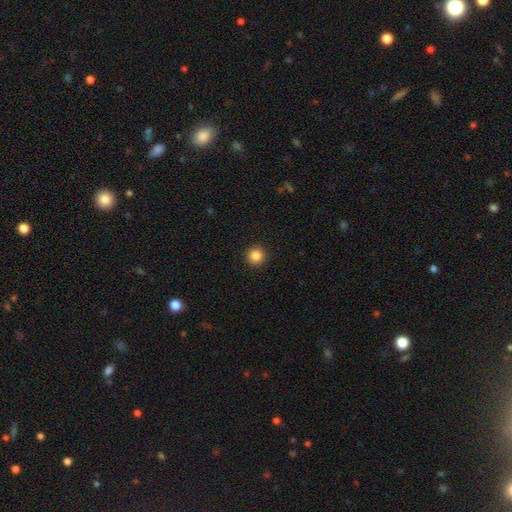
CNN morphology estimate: Q: Smooth or featured?
A: smooth (85%); runner-up: star or artifact (11%)
Q: How rounded?
A: round (95%); runner-up: in between (4%)
Q: Merging?
A: none (93%); runner-up: minor disturbance (5%)